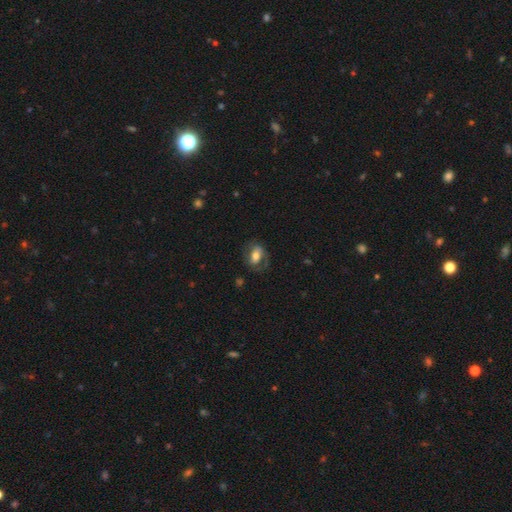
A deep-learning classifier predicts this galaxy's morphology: This is possibly a smooth galaxy (47%). Merging: likely none (64%).